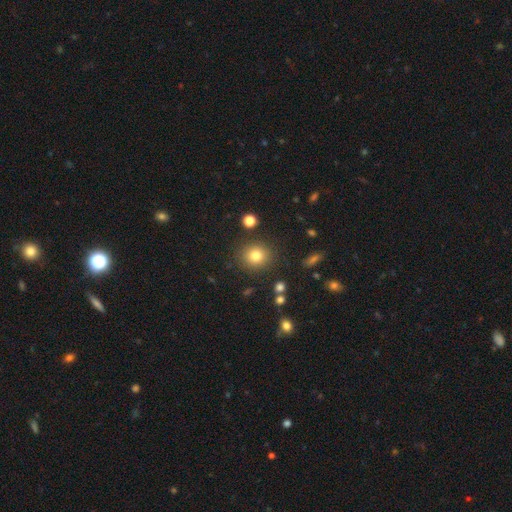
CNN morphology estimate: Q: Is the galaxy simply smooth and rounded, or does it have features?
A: smooth — 80%.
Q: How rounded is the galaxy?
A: round — 85%.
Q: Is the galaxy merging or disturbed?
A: none — 87%.